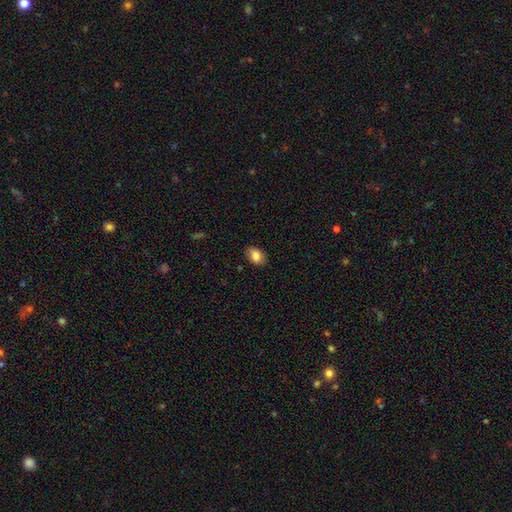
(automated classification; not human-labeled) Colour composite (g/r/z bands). It shows a smooth galaxy with no disk features (85%) that is in between round and cigar-shaped (82%). Merging: none (84%).